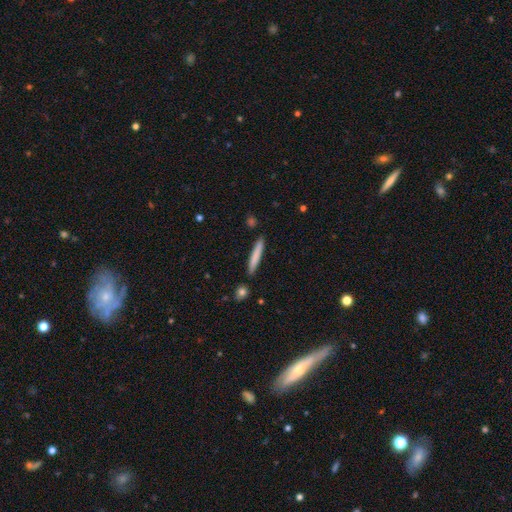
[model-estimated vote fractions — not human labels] Morphology: type=smooth (76%); roundness=cigar-shaped (95%); merging=none (88%).